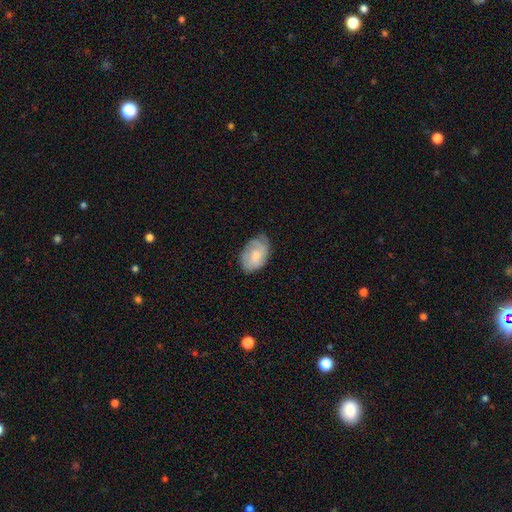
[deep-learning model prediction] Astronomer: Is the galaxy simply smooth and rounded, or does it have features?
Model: smooth — 59%.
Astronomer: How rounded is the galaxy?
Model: in between — 89%.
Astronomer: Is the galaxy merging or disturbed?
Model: none — 62%.